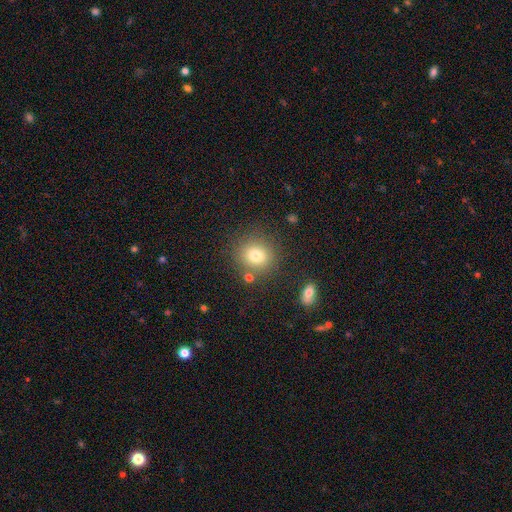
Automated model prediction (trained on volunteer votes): Q: Smooth or featured?
A: smooth (77%); runner-up: star or artifact (13%)
Q: How rounded?
A: round (86%); runner-up: in between (13%)
Q: Merging?
A: none (80%); runner-up: minor disturbance (10%)